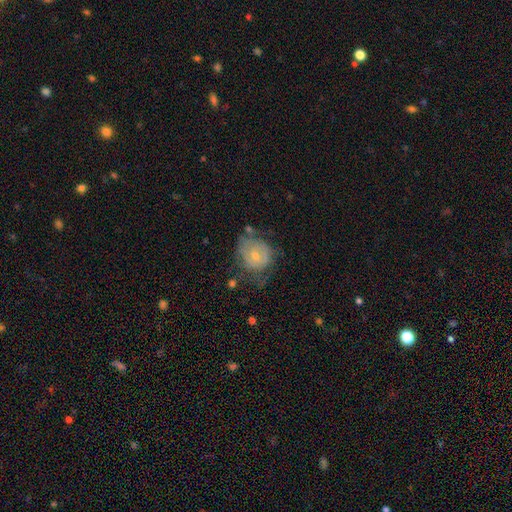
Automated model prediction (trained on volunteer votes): This appears to be a featured or disk galaxy (54%) with no bar (68%), spiral arms (63%) and a small central bulge (55%). Merging: none (45%).